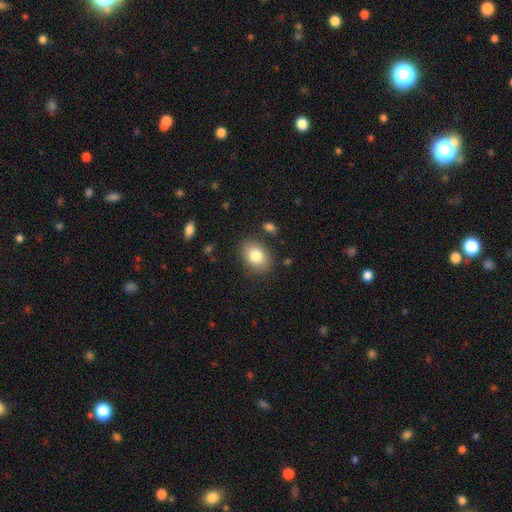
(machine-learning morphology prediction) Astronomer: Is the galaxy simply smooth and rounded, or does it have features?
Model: smooth — 81%.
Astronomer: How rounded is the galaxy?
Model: in between — 73%.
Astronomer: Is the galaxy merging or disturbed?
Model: none — 83%.